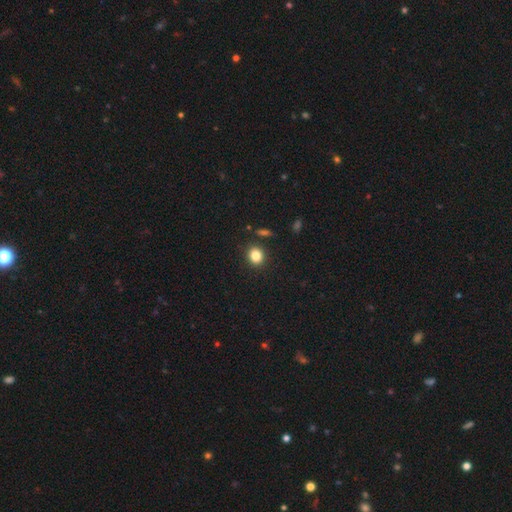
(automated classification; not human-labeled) A smooth galaxy with no disk features (84%) that is round (71%). Merging: none (88%).